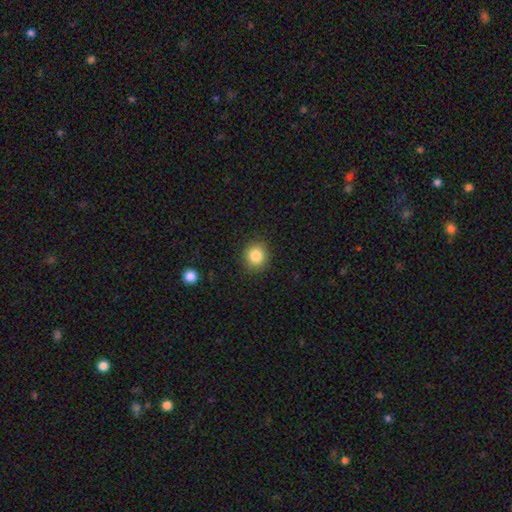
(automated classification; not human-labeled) Q: Smooth or featured?
A: smooth (84%); runner-up: star or artifact (10%)
Q: How rounded?
A: round (83%); runner-up: in between (16%)
Q: Merging?
A: none (89%); runner-up: minor disturbance (8%)